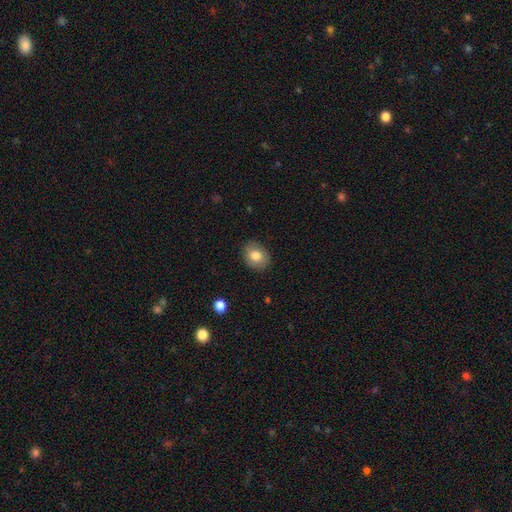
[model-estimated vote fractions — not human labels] A smooth galaxy with no disk features (80%) that is in between round and cigar-shaped (50%).

Vote fractions:
- Smooth or featured? smooth: 80% / featured or disk: 12% / star or artifact: 8%
- How rounded? in between: 50% / round: 49% / cigar-shaped: 1%
- Merging? none: 87% / minor disturbance: 10% / major disturbance: 2% / merger: 1%